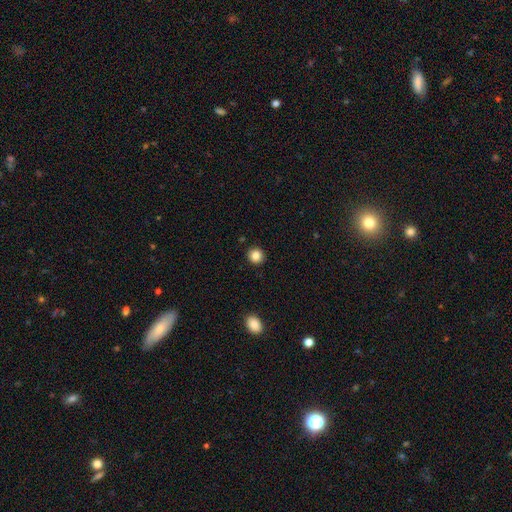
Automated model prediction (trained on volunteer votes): This is clearly a smooth galaxy (85%). How rounded: clearly round (91%). Merging: clearly none (92%).